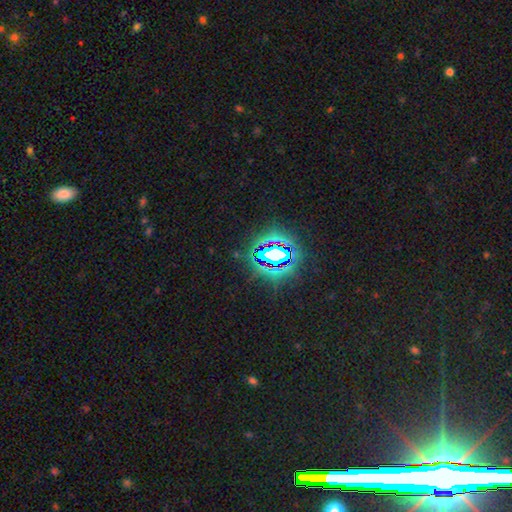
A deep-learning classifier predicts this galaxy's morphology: This is likely a star or artifact rather than a galaxy (77%).